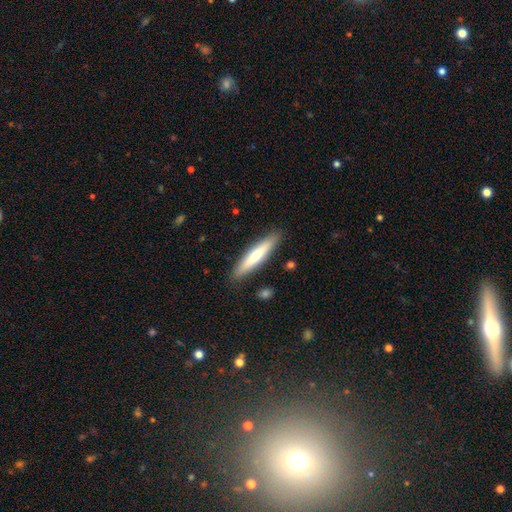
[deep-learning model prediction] The model was most divided on "smooth or featured": smooth: 66%, featured or disk: 29%, star or artifact: 5%. More confident: merging — none (89%); how rounded — cigar-shaped (87%).